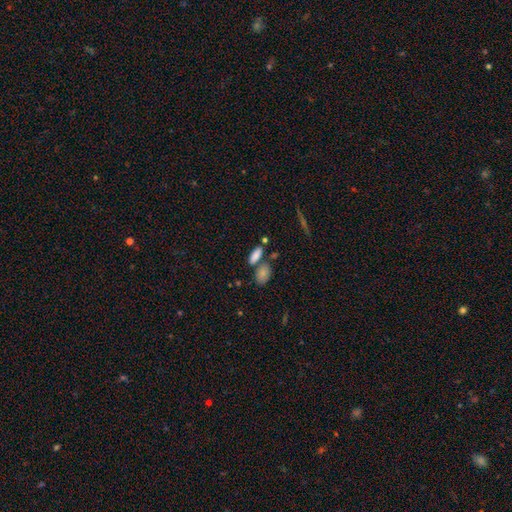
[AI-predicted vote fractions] A smooth galaxy with no disk features (82%) that is in between round and cigar-shaped (79%). Merging: none (57%).